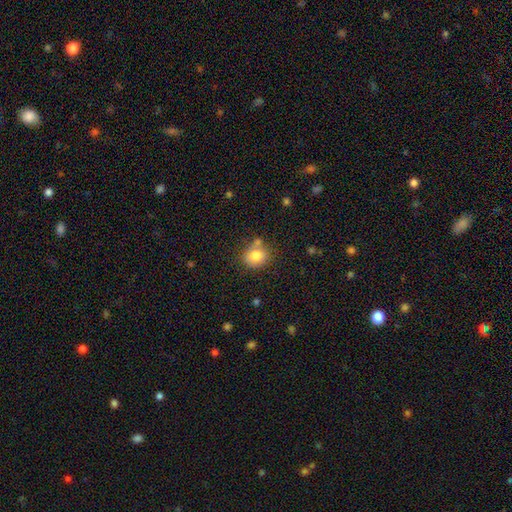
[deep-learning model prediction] smooth-or-featured: smooth: 79% | featured or disk: 12% | star or artifact: 10%
  how-rounded: round: 75% | in between: 24% | cigar-shaped: 1%
  merging: none: 65% | minor disturbance: 16% | merger: 14% | major disturbance: 4%